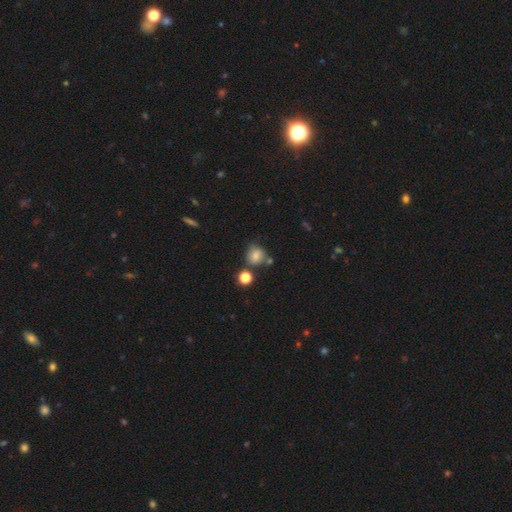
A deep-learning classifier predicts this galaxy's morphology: Q: Smooth or featured?
A: smooth (72%); runner-up: featured or disk (14%)
Q: How rounded?
A: round (74%); runner-up: in between (24%)
Q: Merging?
A: none (55%); runner-up: minor disturbance (22%)